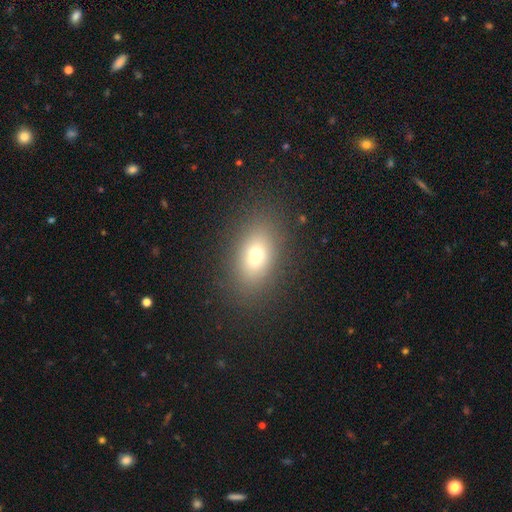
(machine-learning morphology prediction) smooth 71%, featured or disk 14%, star or artifact 14%. Down the decision tree: how rounded — in between (78%); merging — none (86%).